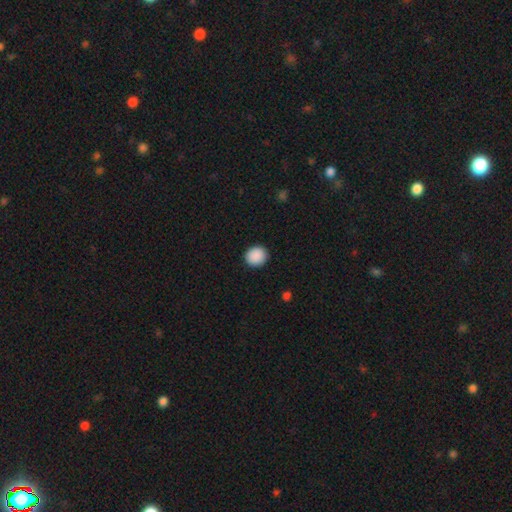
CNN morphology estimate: A smooth galaxy with no disk features (90%) that is round (86%).

Vote fractions:
- Smooth or featured? smooth: 90% / star or artifact: 8% / featured or disk: 2%
- How rounded? round: 86% / in between: 13% / cigar-shaped: 1%
- Merging? none: 92% / minor disturbance: 6% / major disturbance: 2% / merger: 1%